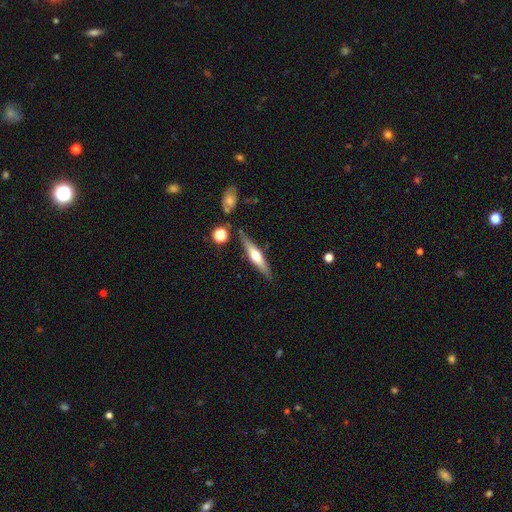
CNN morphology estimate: Smooth or featured? Predicted: featured or disk (p=0.55). Edge-on disk? Predicted: yes (p=0.94). Edge-on bulge? Predicted: rounded (p=0.89). Merging? Predicted: none (p=0.83).